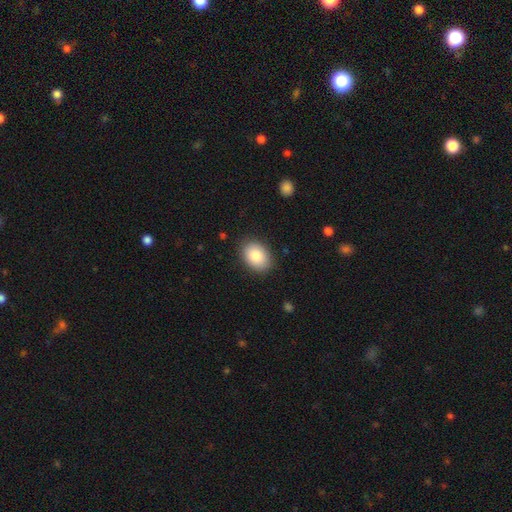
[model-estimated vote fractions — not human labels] A smooth galaxy with no disk features (85%) that is in between round and cigar-shaped (78%).

Vote fractions:
- Smooth or featured? smooth: 85% / featured or disk: 8% / star or artifact: 7%
- How rounded? in between: 78% / round: 21% / cigar-shaped: 1%
- Merging? none: 87% / minor disturbance: 9% / major disturbance: 2% / merger: 1%